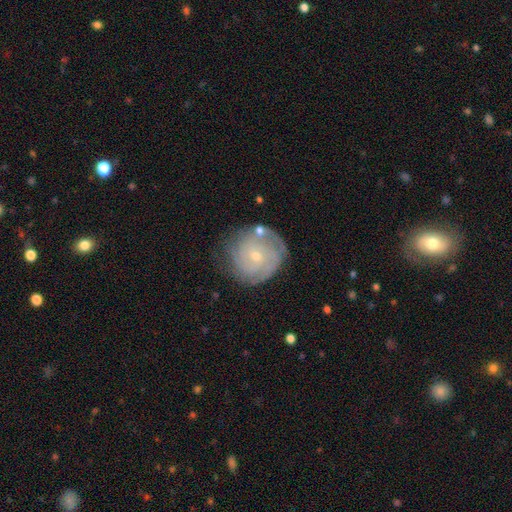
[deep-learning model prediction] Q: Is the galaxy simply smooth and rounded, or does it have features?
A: featured or disk — 73%.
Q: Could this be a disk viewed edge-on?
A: no — 98%.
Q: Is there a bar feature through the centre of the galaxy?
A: no — 77%.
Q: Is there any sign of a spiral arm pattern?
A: yes — 90%.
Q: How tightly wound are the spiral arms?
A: tight — 75%.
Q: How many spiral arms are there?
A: can't tell — 40%.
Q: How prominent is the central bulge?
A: small — 74%.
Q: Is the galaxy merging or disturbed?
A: none — 70%.